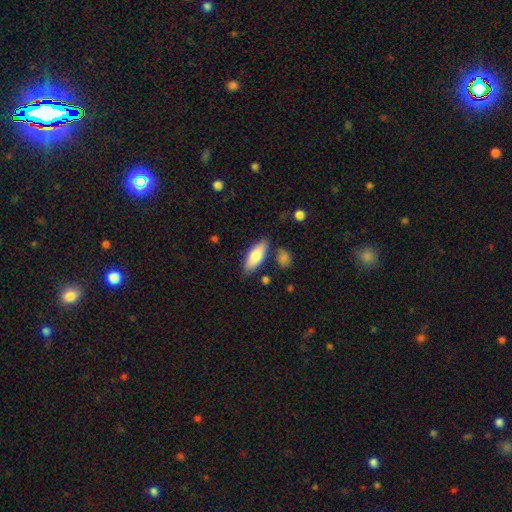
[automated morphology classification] Smooth or featured: smooth — 78% (featured or disk — 16%)
How rounded: in between — 75% (cigar-shaped — 22%)
Merging: none — 77% (minor disturbance — 14%)